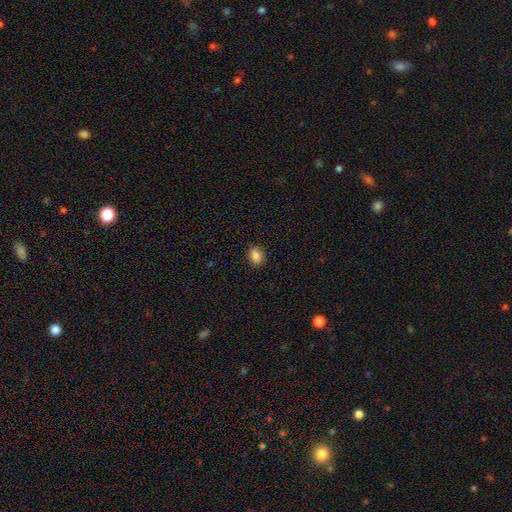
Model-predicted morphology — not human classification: Smooth or featured?
  - smooth: 86% *
  - star or artifact: 9%
  - featured or disk: 4%
How rounded?
  - in between: 58% *
  - round: 41%
  - cigar-shaped: 1%
Merging?
  - none: 88% *
  - minor disturbance: 9%
  - major disturbance: 2%
  - merger: 1%